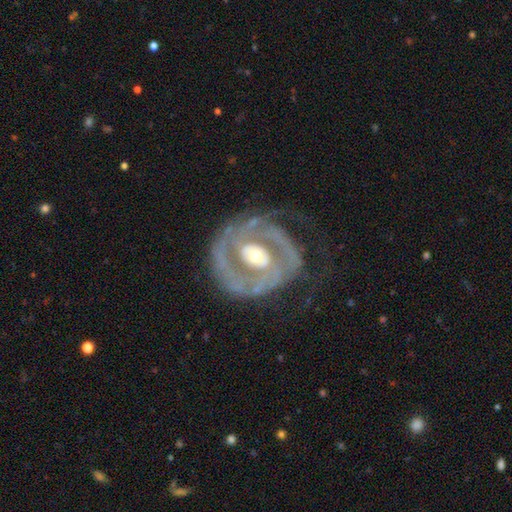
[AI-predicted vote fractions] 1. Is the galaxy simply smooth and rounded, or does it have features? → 87% featured or disk, 8% smooth, 5% star or artifact.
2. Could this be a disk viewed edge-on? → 97% no, 3% yes.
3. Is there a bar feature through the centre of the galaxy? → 64% no, 24% weak, 12% strong.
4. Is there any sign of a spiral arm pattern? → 86% yes, 14% no.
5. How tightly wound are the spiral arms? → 50% tight, 36% medium, 14% loose.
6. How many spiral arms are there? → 55% 2, 17% can't tell, 11% 3, 7% 1, 5% 4, 5% more than 4.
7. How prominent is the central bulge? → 66% moderate, 21% small, 10% large, 1% dominant, 1% none.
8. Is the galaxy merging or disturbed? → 64% none, 18% minor disturbance, 16% major disturbance, 2% merger.